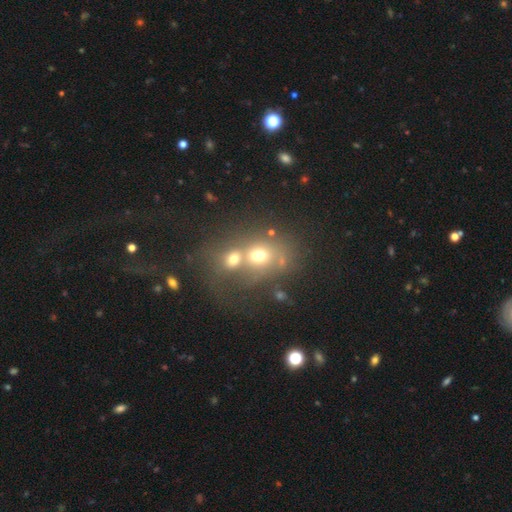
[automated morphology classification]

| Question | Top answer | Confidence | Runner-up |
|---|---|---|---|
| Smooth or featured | smooth | 62% | featured or disk (20%) |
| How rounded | round | 59% | in between (39%) |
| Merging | merger | 64% | none (23%) |